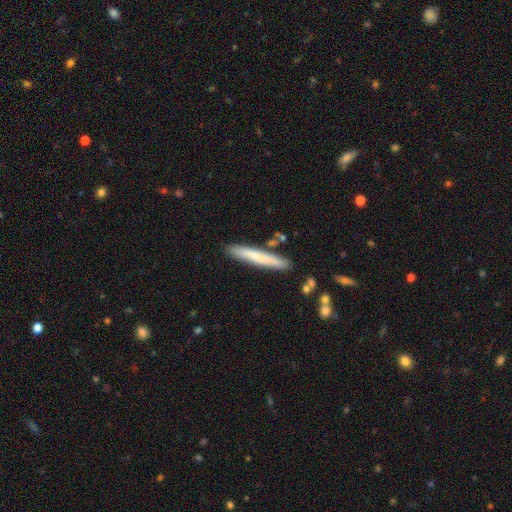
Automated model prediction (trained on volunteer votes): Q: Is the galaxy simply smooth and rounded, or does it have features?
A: smooth — 67%.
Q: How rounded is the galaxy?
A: cigar-shaped — 95%.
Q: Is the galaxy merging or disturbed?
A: none — 85%.